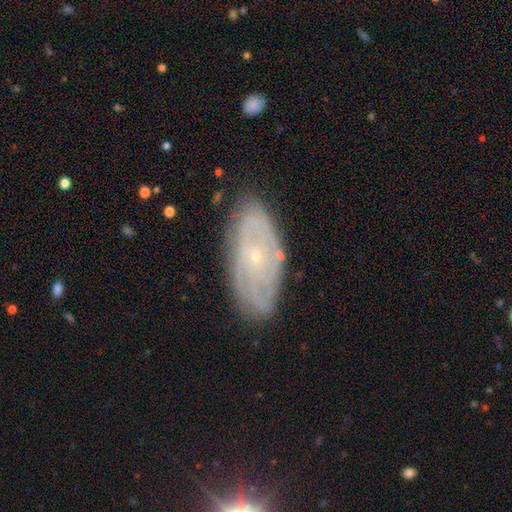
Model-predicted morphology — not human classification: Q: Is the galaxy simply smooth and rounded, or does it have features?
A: featured or disk — 72%.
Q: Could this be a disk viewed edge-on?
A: no — 90%.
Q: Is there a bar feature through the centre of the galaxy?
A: no — 82%.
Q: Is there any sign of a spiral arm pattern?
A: yes — 76%.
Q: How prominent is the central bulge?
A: small — 85%.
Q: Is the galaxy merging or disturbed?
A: none — 79%.